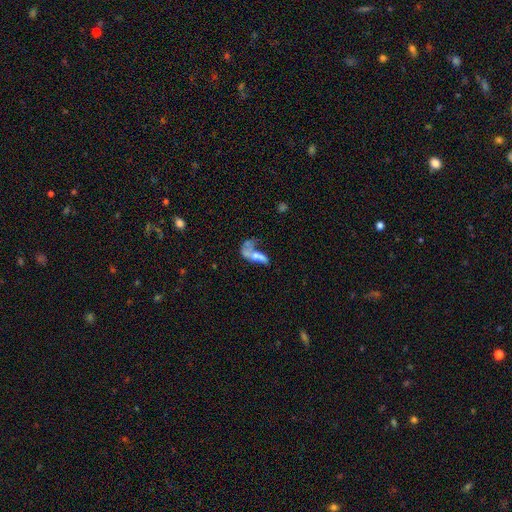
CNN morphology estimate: A featured or disk galaxy (47%). Merging: merger (48%).